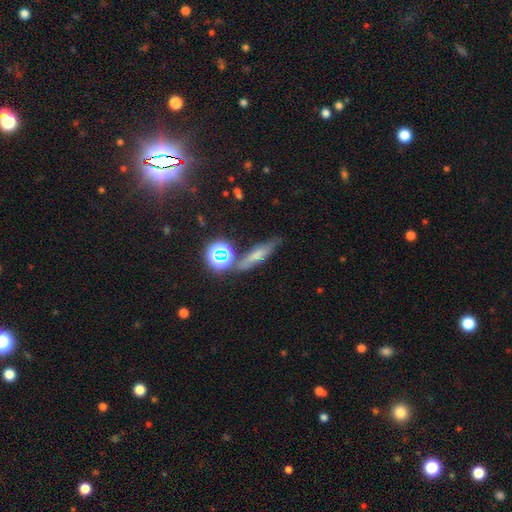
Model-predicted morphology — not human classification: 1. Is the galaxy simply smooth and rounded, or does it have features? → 50% smooth, 26% featured or disk, 24% star or artifact.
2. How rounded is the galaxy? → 56% cigar-shaped, 28% in between, 16% round.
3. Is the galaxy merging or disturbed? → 65% none, 19% minor disturbance, 10% merger, 7% major disturbance.